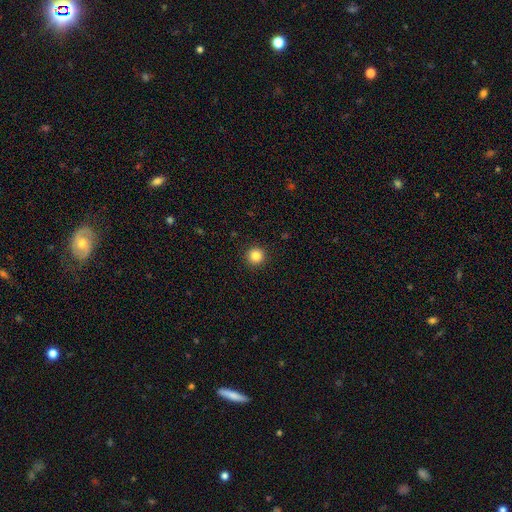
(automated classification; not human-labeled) A smooth galaxy with no disk features (85%) that is round (96%). Merging: none (93%).